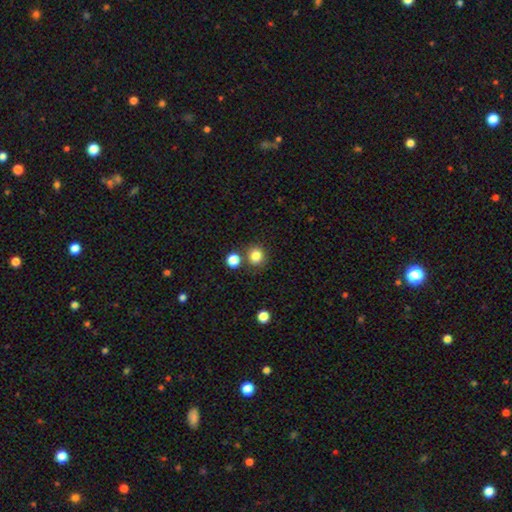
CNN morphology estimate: smooth-or-featured: smooth: 83% | star or artifact: 12% | featured or disk: 5%
  how-rounded: round: 88% | in between: 11% | cigar-shaped: 1%
  merging: none: 78% | merger: 11% | minor disturbance: 8% | major disturbance: 3%